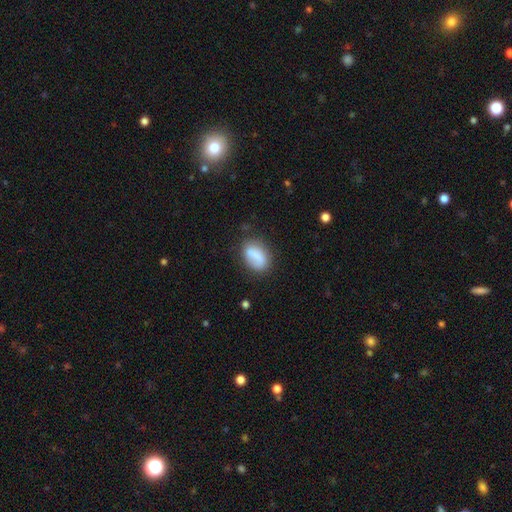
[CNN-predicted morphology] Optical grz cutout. It shows a smooth galaxy with no disk features (73%) that is in between round and cigar-shaped (79%). Merging: none (61%).